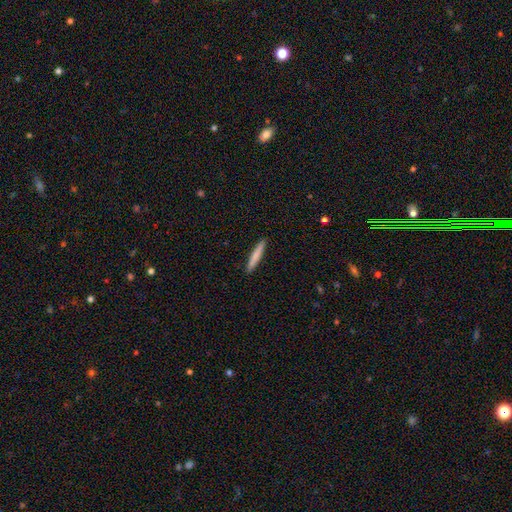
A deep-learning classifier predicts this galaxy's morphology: Smooth or featured?
  - smooth: 78% *
  - featured or disk: 17%
  - star or artifact: 5%
How rounded?
  - cigar-shaped: 95% *
  - in between: 4%
  - round: 1%
Merging?
  - none: 92% *
  - minor disturbance: 6%
  - major disturbance: 1%
  - merger: 1%